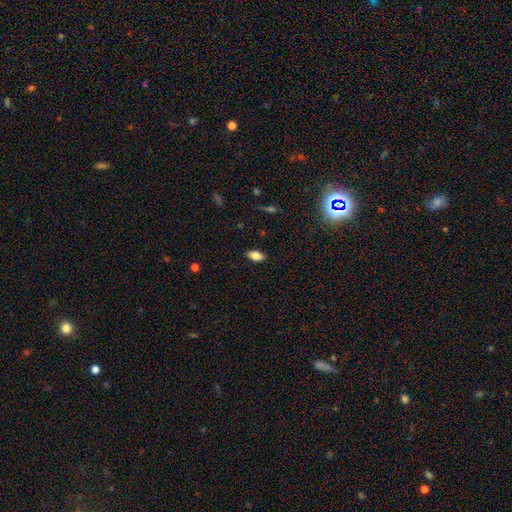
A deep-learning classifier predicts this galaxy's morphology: Overall: smooth (78%). How rounded: in between (89%). Merging: none (87%).